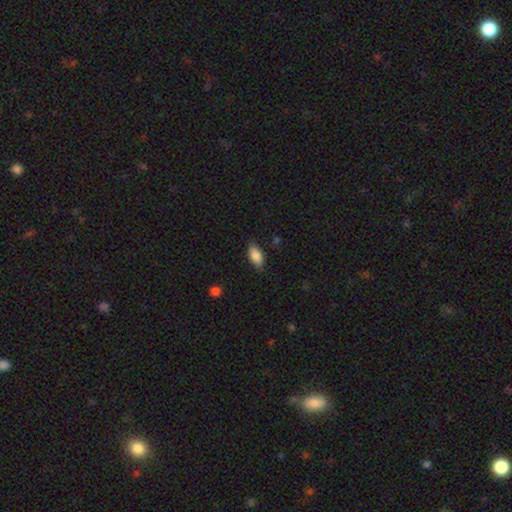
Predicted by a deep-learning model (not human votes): This appears to be a smooth galaxy with no disk features (87%) that is in between round and cigar-shaped (91%). Merging: none (82%).